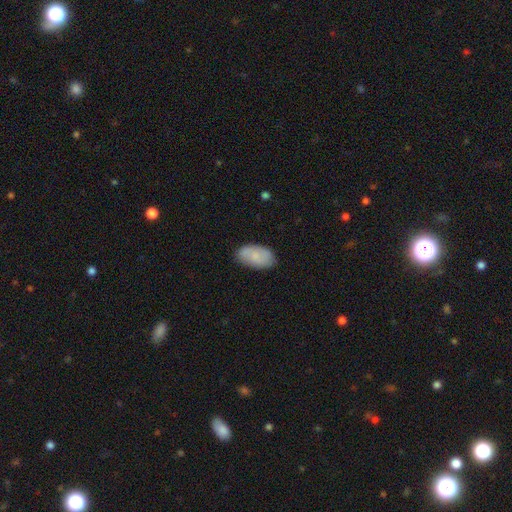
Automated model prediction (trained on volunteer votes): Overall: smooth (76%). How rounded: in between (94%). Merging: none (78%).